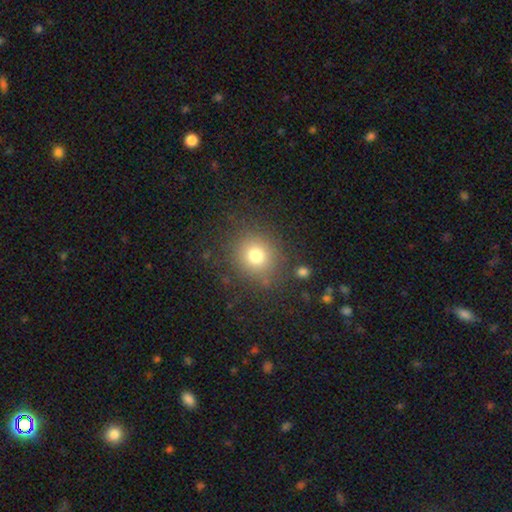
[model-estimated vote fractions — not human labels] This appears to be a smooth galaxy with no disk features (75%) that is round (85%). Merging: none (82%).